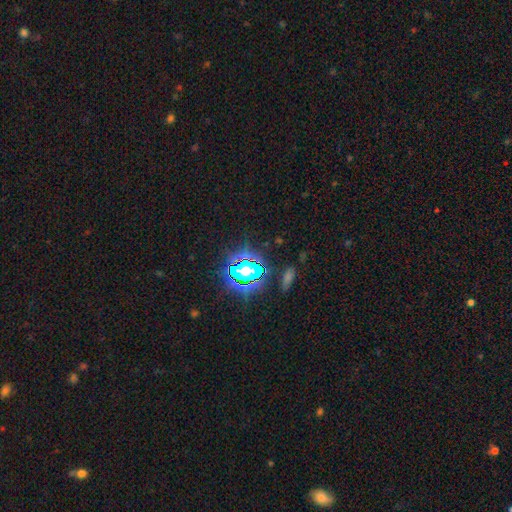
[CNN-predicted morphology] A star or artifact, not a galaxy (79%).